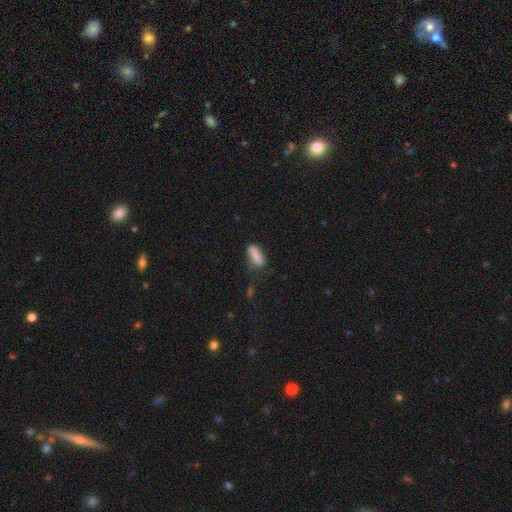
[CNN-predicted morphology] This appears to be a smooth galaxy with no disk features (85%) that is in between round and cigar-shaped (63%). Merging: none (57%).